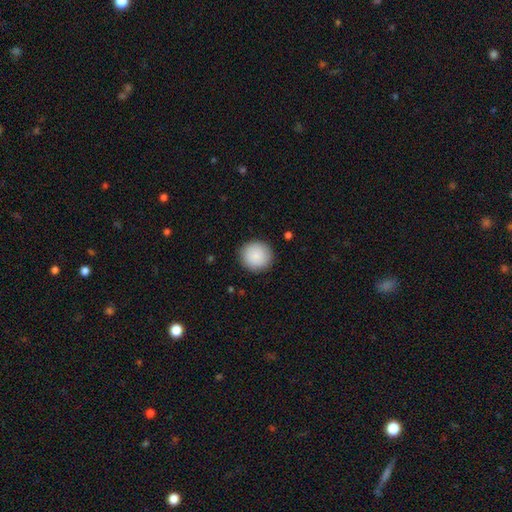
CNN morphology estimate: smooth-or-featured: smooth: 87% | star or artifact: 7% | featured or disk: 6%
  how-rounded: round: 93% | in between: 6% | cigar-shaped: 1%
  merging: none: 90% | minor disturbance: 7% | major disturbance: 2% | merger: 1%